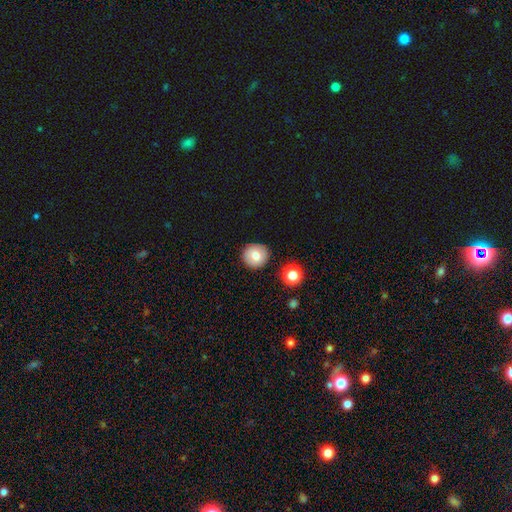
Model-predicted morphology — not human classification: A smooth galaxy with no disk features (75%) that is round (91%).

Vote fractions:
- Smooth or featured? smooth: 75% / featured or disk: 16% / star or artifact: 10%
- How rounded? round: 91% / in between: 8% / cigar-shaped: 1%
- Merging? none: 88% / minor disturbance: 8% / merger: 2% / major disturbance: 2%